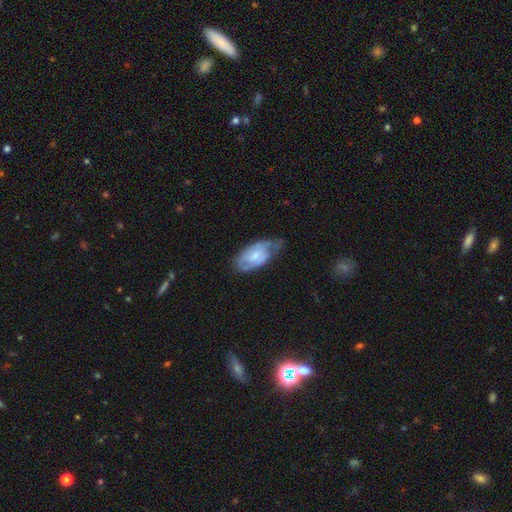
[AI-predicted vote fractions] A featured or disk galaxy (61%) with no bar (51%), spiral arms (80%) and a small central bulge (51%). Merging: none (44%).